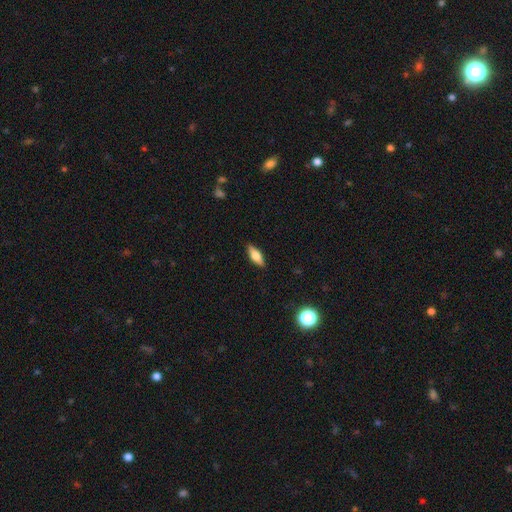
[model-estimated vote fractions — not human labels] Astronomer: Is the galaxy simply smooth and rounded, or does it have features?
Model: smooth — 67%.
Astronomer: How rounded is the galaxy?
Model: in between — 69%.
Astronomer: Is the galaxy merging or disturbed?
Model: none — 88%.